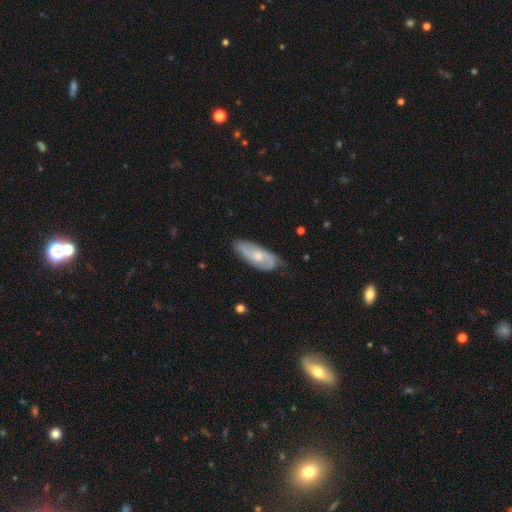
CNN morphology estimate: A featured or disk galaxy (63%) with no bar (66%), spiral arms (87%) and a moderate central bulge (56%). Merging: none (74%).